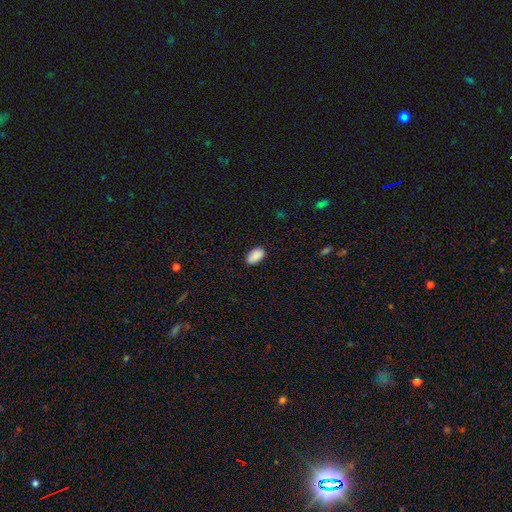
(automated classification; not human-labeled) A smooth galaxy with no disk features (90%) that is in between round and cigar-shaped (93%).

Vote fractions:
- Smooth or featured? smooth: 90% / star or artifact: 7% / featured or disk: 3%
- How rounded? in between: 93% / round: 5% / cigar-shaped: 2%
- Merging? none: 84% / minor disturbance: 13% / major disturbance: 2% / merger: 1%